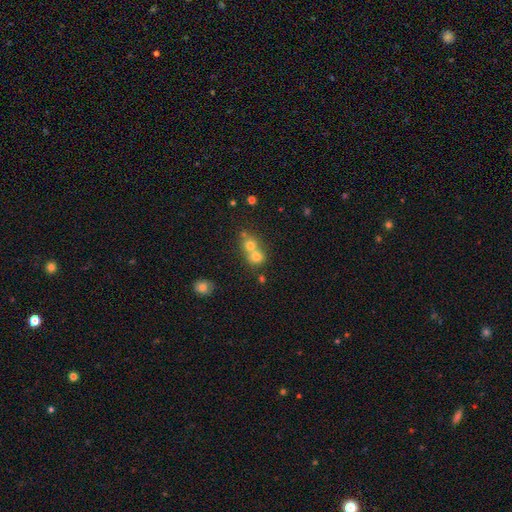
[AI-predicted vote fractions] Smooth or featured? smooth (71%)
How rounded? round (81%)
Merging? merger (62%)